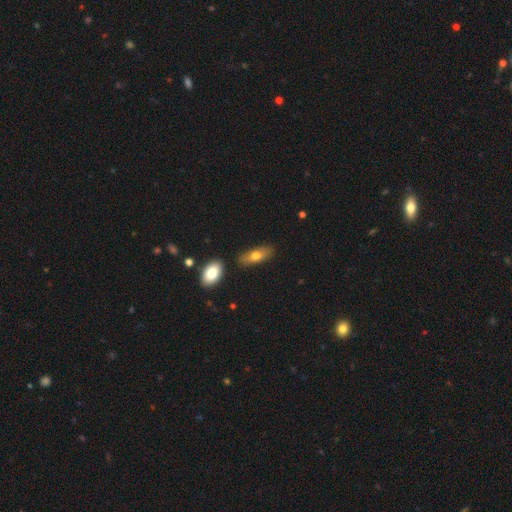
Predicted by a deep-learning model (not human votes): Smooth or featured? smooth (71%)
How rounded? in between (73%)
Merging? none (81%)